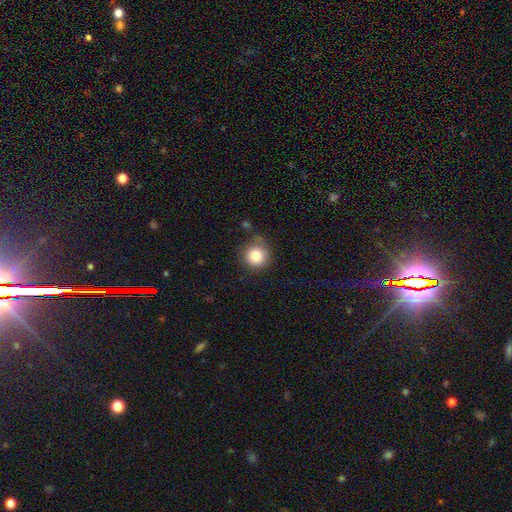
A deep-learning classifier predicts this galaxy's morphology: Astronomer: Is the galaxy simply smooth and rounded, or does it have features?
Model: smooth — 82%.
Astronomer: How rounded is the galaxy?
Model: round — 93%.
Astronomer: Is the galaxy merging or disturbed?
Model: none — 70%.